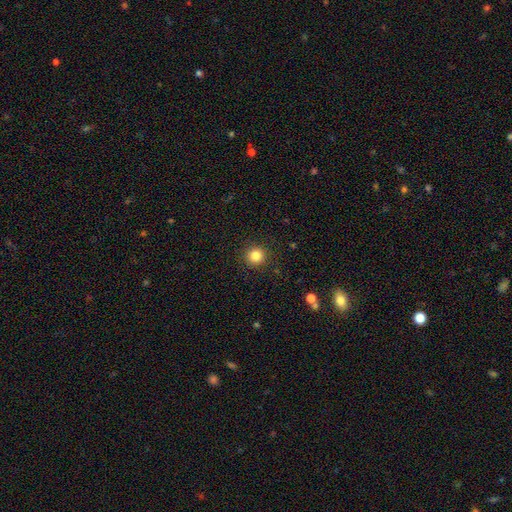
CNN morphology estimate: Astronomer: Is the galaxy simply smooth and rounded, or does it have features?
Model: smooth — 84%.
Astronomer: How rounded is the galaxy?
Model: round — 94%.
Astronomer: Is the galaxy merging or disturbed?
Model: none — 91%.